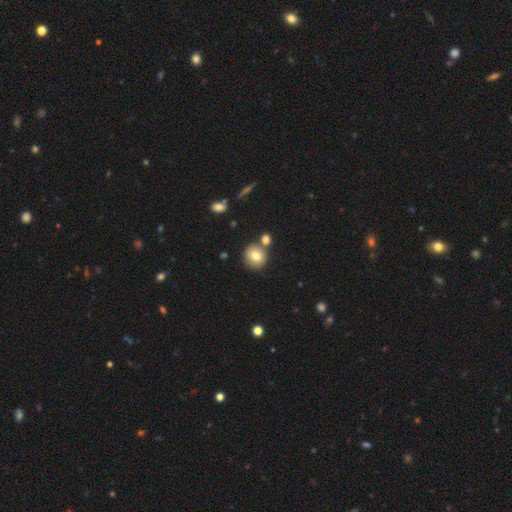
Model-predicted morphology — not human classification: A smooth galaxy with no disk features (76%) that is round (88%). Merging: none (72%).